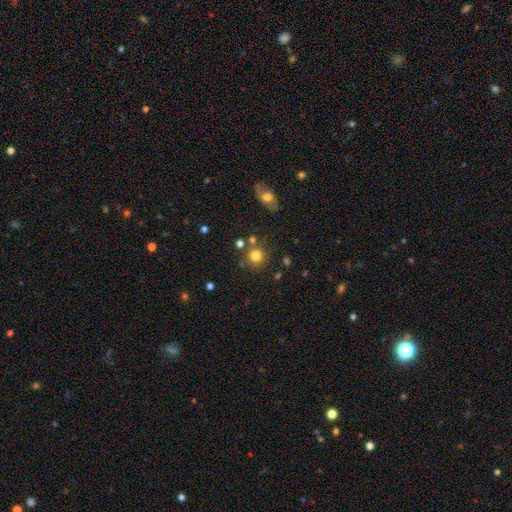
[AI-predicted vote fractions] This appears to be a smooth galaxy with no disk features (78%) that is round (92%). Merging: none (79%).